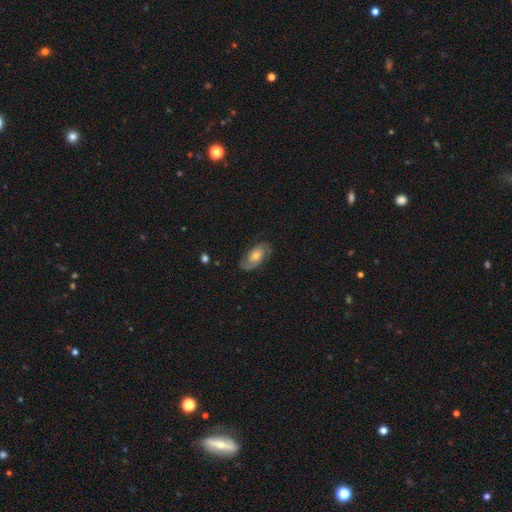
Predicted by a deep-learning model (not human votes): Smooth or featured? featured or disk (77%)
Edge-on disk? no (95%)
Bar? no (62%)
Spiral arms? yes (93%)
Spiral winding? tight (45%)
Spiral arm count? 2 (86%)
Bulge size? moderate (64%)
Merging? none (82%)